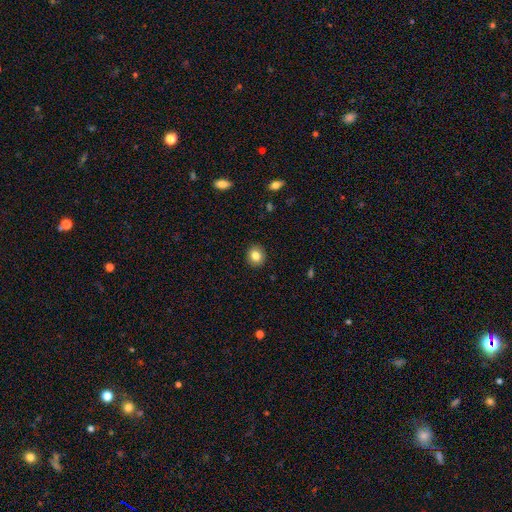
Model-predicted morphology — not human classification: The model was most divided on "how rounded": round: 83%, in between: 16%, cigar-shaped: 1%. More confident: merging — none (92%); smooth or featured — smooth (82%).